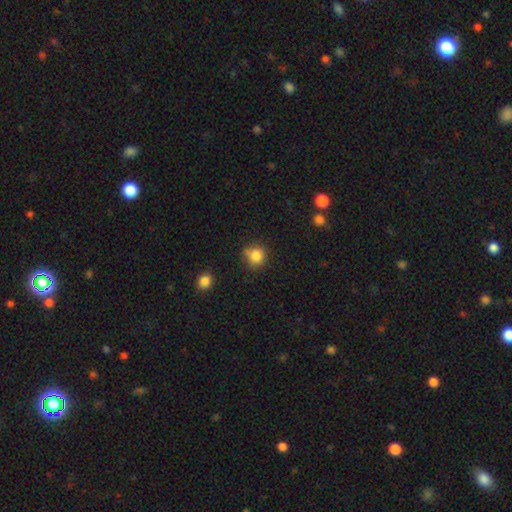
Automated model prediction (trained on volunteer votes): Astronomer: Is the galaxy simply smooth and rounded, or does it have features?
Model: smooth — 84%.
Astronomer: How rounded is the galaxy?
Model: round — 88%.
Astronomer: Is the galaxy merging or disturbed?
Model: none — 72%.